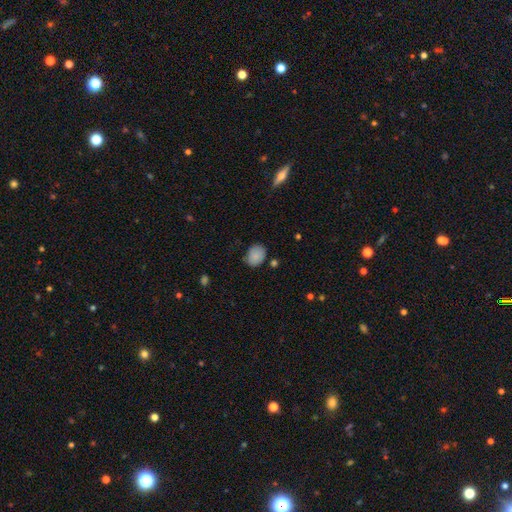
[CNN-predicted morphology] smooth_or_featured: smooth (p=0.86) [alt: star or artifact p=0.08]
how_rounded: in between (p=0.58) [alt: round p=0.41]
merging: none (p=0.76) [alt: minor disturbance p=0.17]